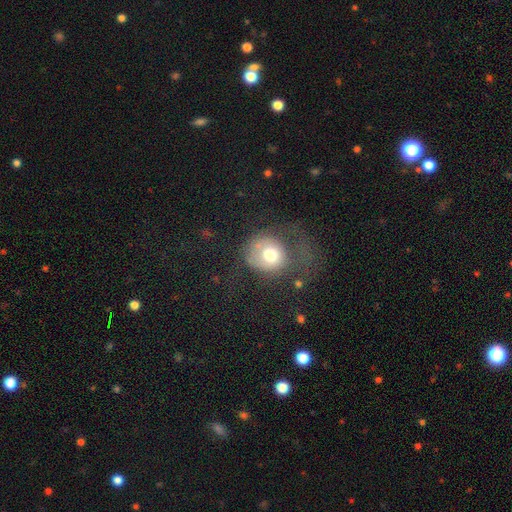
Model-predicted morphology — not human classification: The model was most divided on "merging": major disturbance: 45%, none: 32%, minor disturbance: 21%, merger: 3%. More confident: how rounded — round (78%); smooth or featured — smooth (63%).